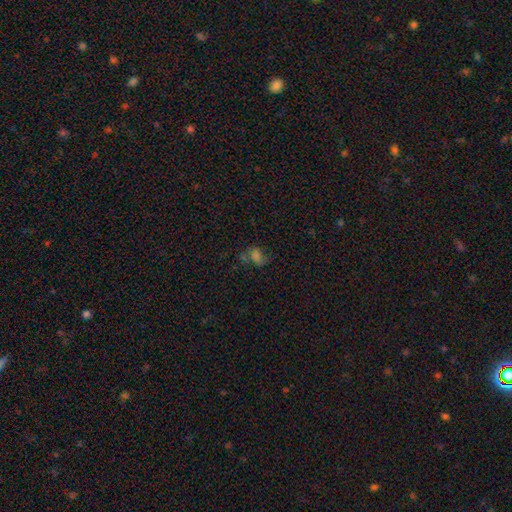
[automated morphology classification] This is possibly a smooth galaxy (45%). Merging: possibly none (45%).